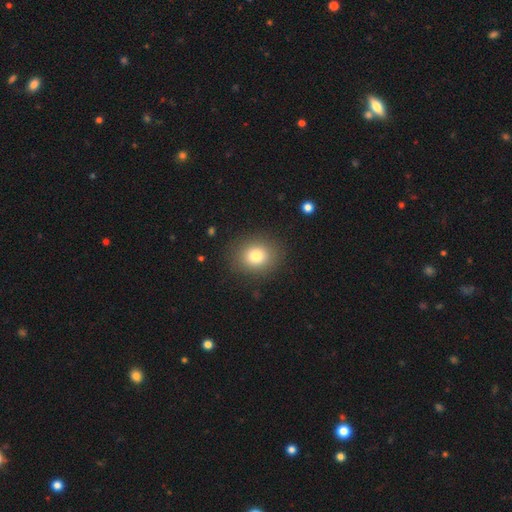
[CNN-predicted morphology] Smooth or featured?
  - smooth: 79% *
  - star or artifact: 12%
  - featured or disk: 9%
How rounded?
  - round: 70% *
  - in between: 29%
  - cigar-shaped: 1%
Merging?
  - none: 88% *
  - minor disturbance: 8%
  - major disturbance: 3%
  - merger: 1%